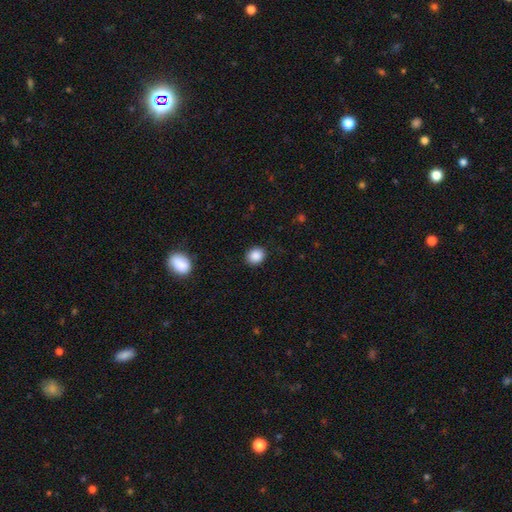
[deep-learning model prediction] Morphology: type=smooth (88%); roundness=round (70%); merging=none (89%).